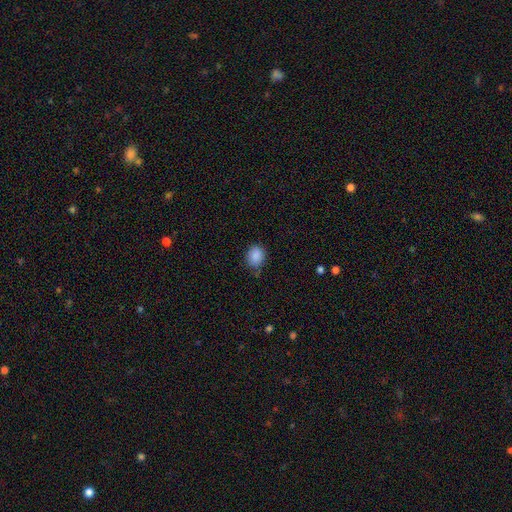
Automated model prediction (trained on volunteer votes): Smooth or featured? Predicted: smooth (p=0.88). How rounded? Predicted: round (p=0.55). Merging? Predicted: none (p=0.70).